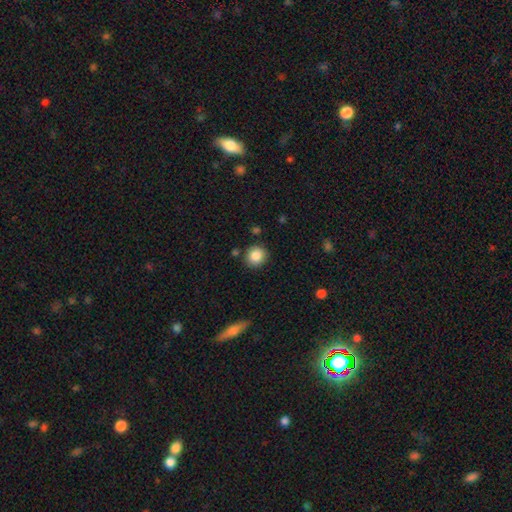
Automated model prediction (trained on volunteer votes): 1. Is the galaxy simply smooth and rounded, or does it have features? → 86% smooth, 9% star or artifact, 5% featured or disk.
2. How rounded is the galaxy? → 88% round, 11% in between, 1% cigar-shaped.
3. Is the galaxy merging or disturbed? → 87% none, 8% minor disturbance, 3% merger, 2% major disturbance.